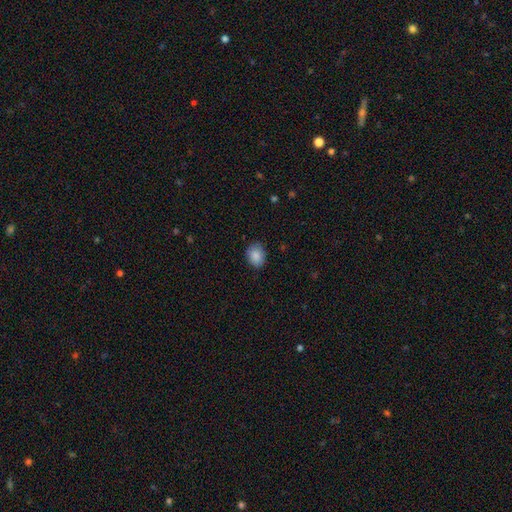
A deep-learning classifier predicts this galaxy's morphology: Smooth or featured: smooth — 88% (star or artifact — 8%)
How rounded: in between — 56% (round — 43%)
Merging: none — 84% (minor disturbance — 13%)